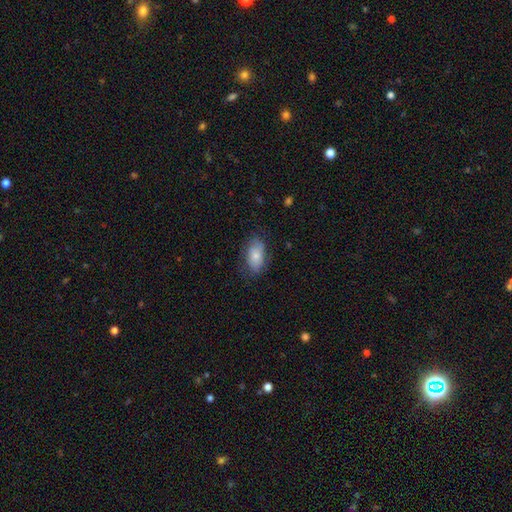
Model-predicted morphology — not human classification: A smooth galaxy with no disk features (78%) that is in between round and cigar-shaped (92%). Merging: none (70%).